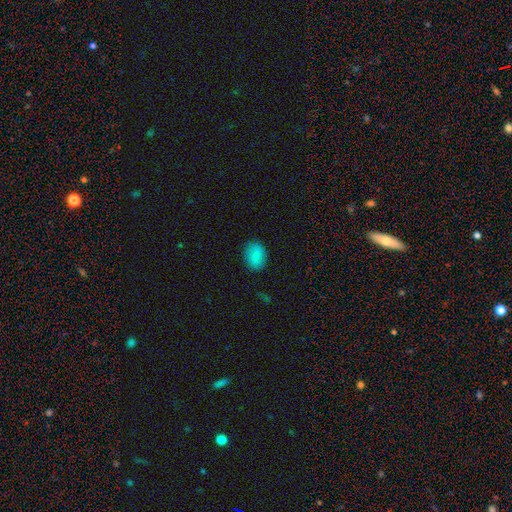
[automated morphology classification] Smooth or featured? Predicted: smooth (p=0.85). How rounded? Predicted: in between (p=0.75). Merging? Predicted: none (p=0.86).